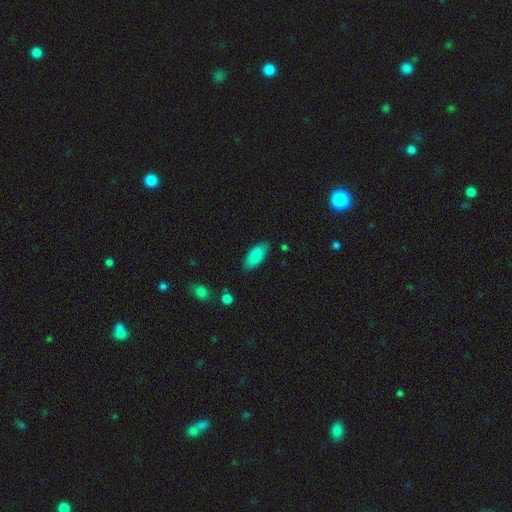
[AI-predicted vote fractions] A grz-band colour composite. It shows a smooth galaxy with no disk features (87%) that is in between round and cigar-shaped (87%). Merging: none (82%).